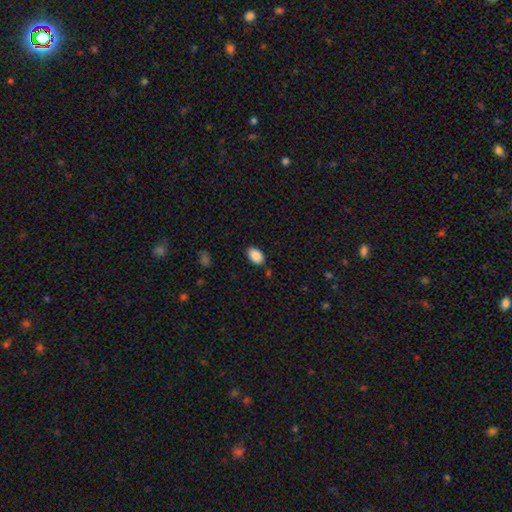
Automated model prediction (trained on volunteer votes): Smooth or featured? smooth (89%)
How rounded? in between (91%)
Merging? none (85%)